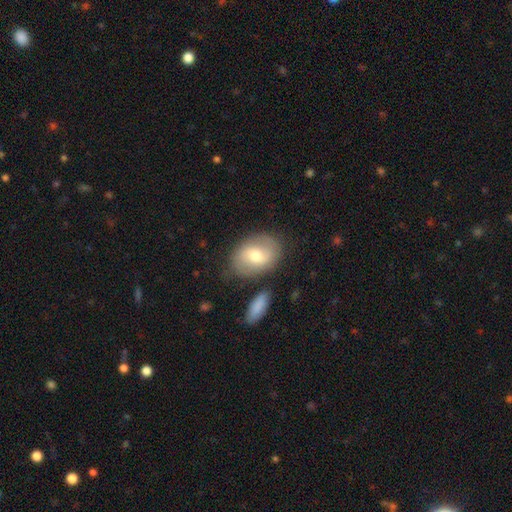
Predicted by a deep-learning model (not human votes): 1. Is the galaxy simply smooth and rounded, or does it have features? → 58% smooth, 36% featured or disk, 6% star or artifact.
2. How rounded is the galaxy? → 76% in between, 23% round, 1% cigar-shaped.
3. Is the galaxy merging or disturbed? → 75% none, 15% minor disturbance, 5% merger, 4% major disturbance.